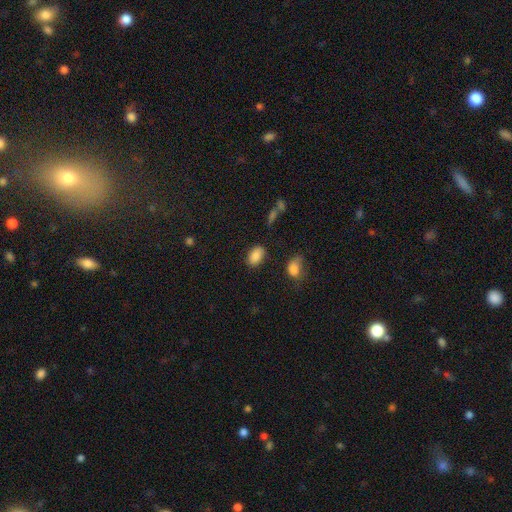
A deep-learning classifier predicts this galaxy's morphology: smooth-or-featured: smooth: 86% | star or artifact: 9% | featured or disk: 5%
  how-rounded: in between: 90% | round: 9% | cigar-shaped: 2%
  merging: none: 80% | minor disturbance: 13% | major disturbance: 4% | merger: 3%